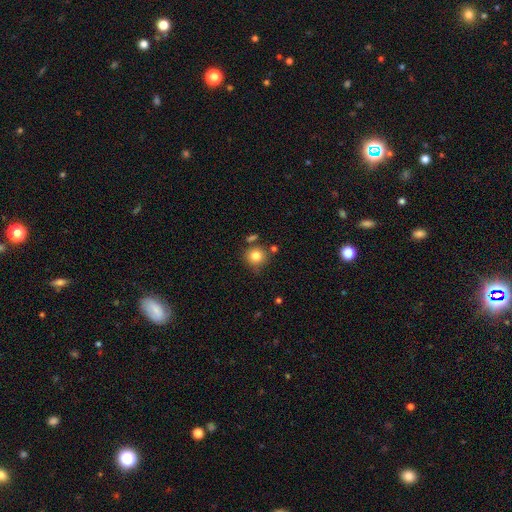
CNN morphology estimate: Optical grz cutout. It shows a smooth galaxy with no disk features (81%) that is round (90%). Merging: none (73%).